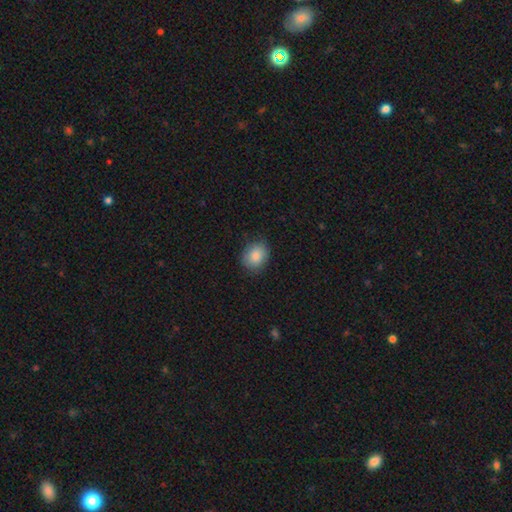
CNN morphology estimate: Q: Smooth or featured?
A: smooth (87%); runner-up: star or artifact (8%)
Q: How rounded?
A: in between (51%); runner-up: round (48%)
Q: Merging?
A: none (85%); runner-up: minor disturbance (11%)